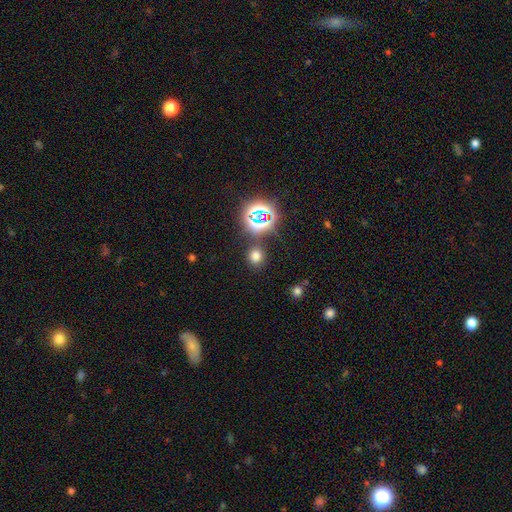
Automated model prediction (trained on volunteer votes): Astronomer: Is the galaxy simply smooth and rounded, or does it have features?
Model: smooth — 66%.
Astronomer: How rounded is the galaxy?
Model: round — 78%.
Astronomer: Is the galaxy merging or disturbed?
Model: none — 84%.